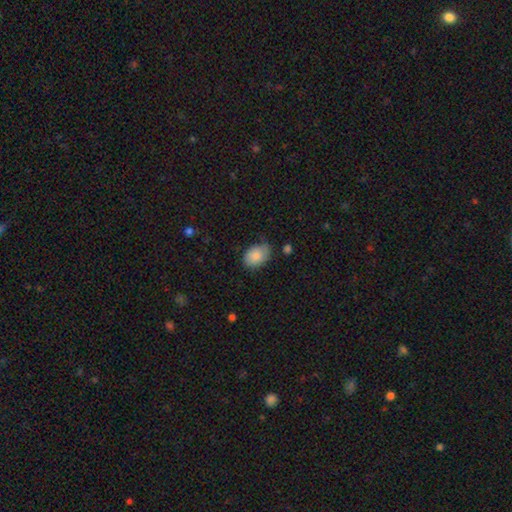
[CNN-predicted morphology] smooth-or-featured: smooth: 85% | featured or disk: 8% | star or artifact: 7%
  how-rounded: in between: 82% | round: 17% | cigar-shaped: 1%
  merging: none: 65% | minor disturbance: 28% | major disturbance: 5% | merger: 2%